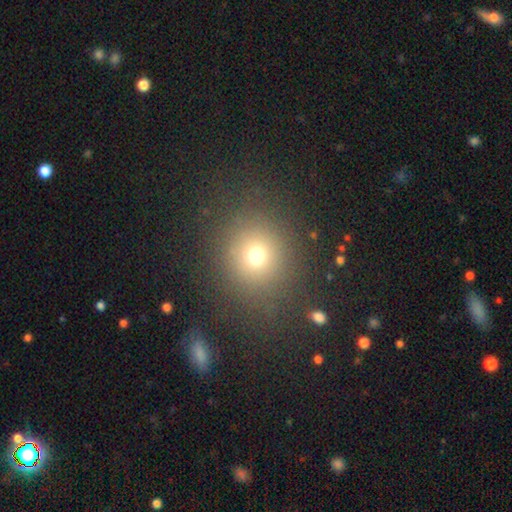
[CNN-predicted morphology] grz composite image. It shows a smooth galaxy with no disk features (71%) that is round (89%). Merging: none (84%).